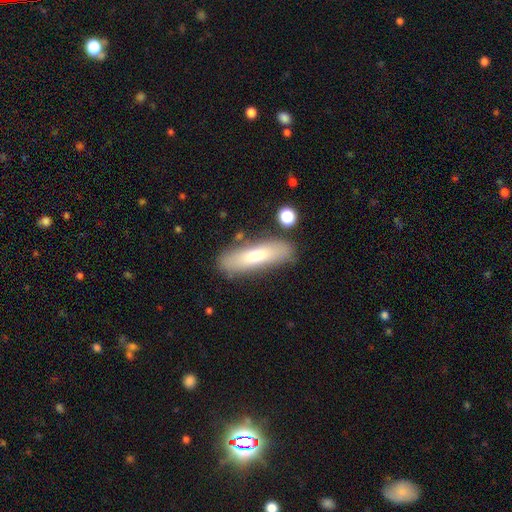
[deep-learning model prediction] A smooth galaxy with no disk features (62%) that is cigar-shaped (56%). Merging: none (78%).